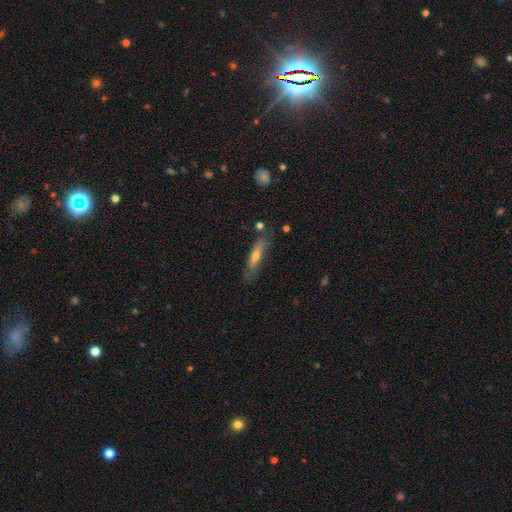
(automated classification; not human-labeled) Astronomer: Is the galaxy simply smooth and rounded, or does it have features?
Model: featured or disk — 46%, tied with smooth at 46%.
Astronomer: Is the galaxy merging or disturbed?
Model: none — 74%.